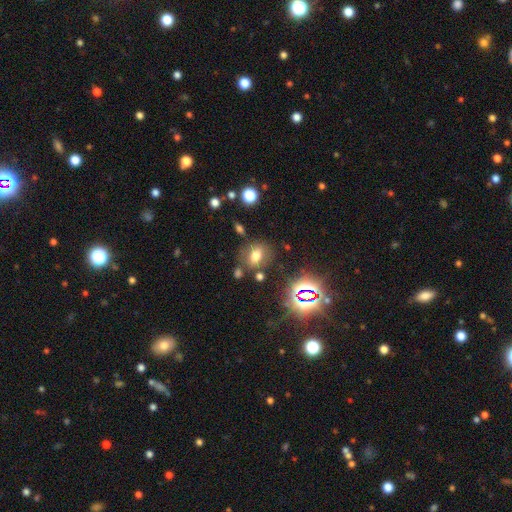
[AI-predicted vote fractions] Overall: smooth (65%). How rounded: in between (64%; round 34%). Merging: none (72%).